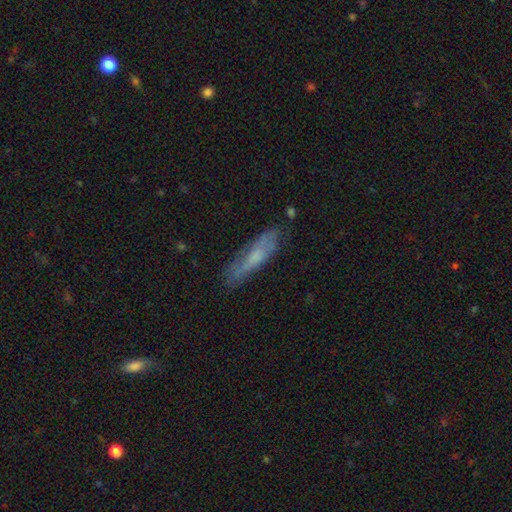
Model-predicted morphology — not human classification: A smooth galaxy with no disk features (50%) that is cigar-shaped (78%).

Vote fractions:
- Smooth or featured? smooth: 50% / featured or disk: 42% / star or artifact: 8%
- How rounded? cigar-shaped: 78% / in between: 20% / round: 2%
- Merging? none: 74% / minor disturbance: 19% / major disturbance: 5% / merger: 2%